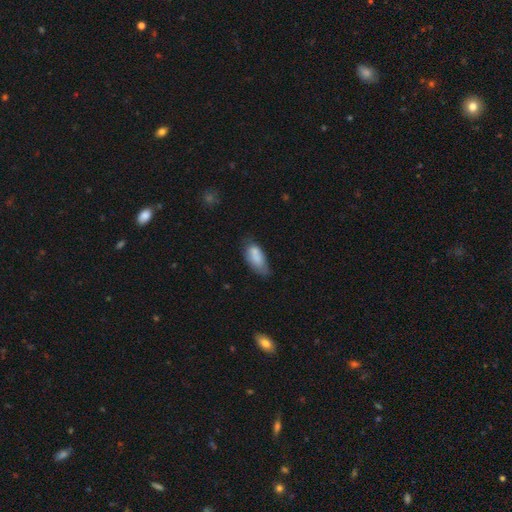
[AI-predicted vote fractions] Overall: smooth (78%). How rounded: in between (86%). Merging: none (48%; minor disturbance 34%).